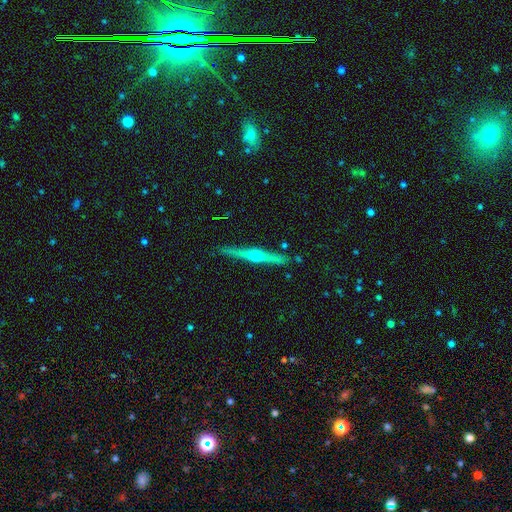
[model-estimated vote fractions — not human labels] featured or disk 79%, smooth 15%, star or artifact 6%. Down the decision tree: edge-on disk — yes (98%); edge-on bulge — rounded (92%); merging — none (89%).